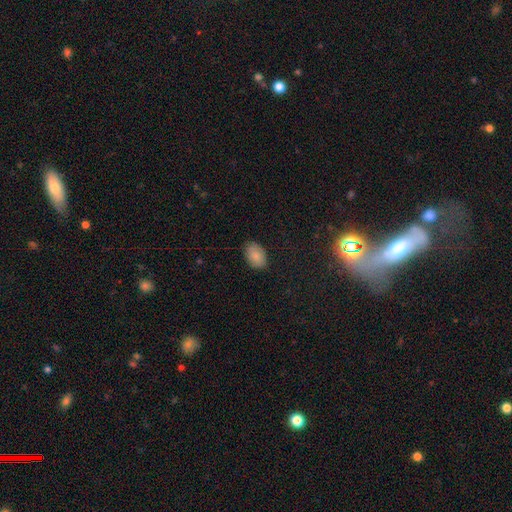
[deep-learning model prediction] Smooth or featured?
  - smooth: 85% *
  - star or artifact: 8%
  - featured or disk: 7%
How rounded?
  - in between: 87% *
  - round: 12%
  - cigar-shaped: 1%
Merging?
  - none: 82% *
  - minor disturbance: 14%
  - major disturbance: 3%
  - merger: 1%